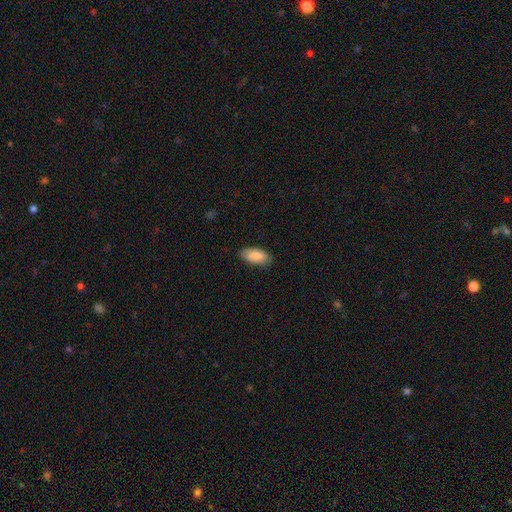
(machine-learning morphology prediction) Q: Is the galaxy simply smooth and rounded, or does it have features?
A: smooth — 85%.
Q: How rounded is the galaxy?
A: in between — 92%.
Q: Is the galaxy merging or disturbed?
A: none — 82%.